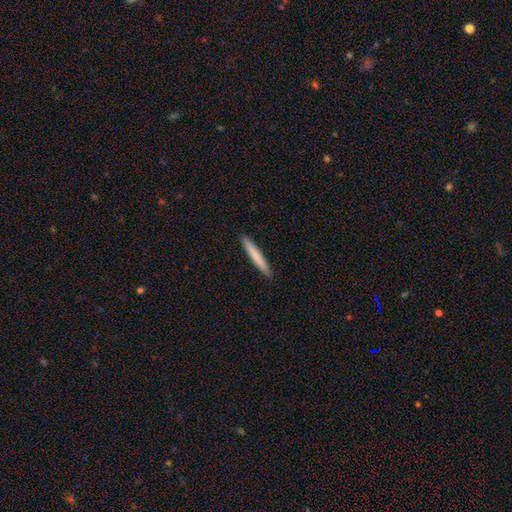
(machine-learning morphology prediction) Overall: smooth (73%). How rounded: cigar-shaped (97%). Merging: none (92%).